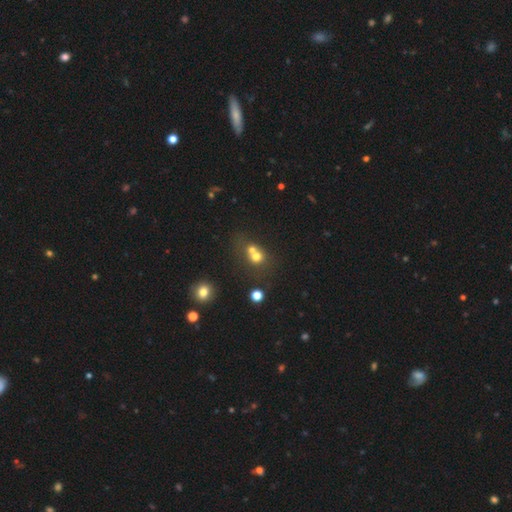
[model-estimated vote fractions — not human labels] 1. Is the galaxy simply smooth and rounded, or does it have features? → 67% smooth, 17% star or artifact, 16% featured or disk.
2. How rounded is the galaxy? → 77% round, 22% in between, 1% cigar-shaped.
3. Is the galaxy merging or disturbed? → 55% merger, 34% none, 7% minor disturbance, 4% major disturbance.